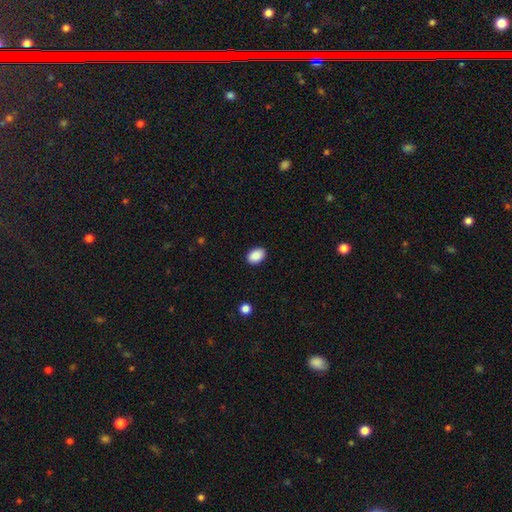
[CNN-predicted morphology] Smooth or featured?
  - smooth: 90% *
  - star or artifact: 8%
  - featured or disk: 3%
How rounded?
  - in between: 82% *
  - round: 17%
  - cigar-shaped: 1%
Merging?
  - none: 89% *
  - minor disturbance: 8%
  - major disturbance: 2%
  - merger: 1%